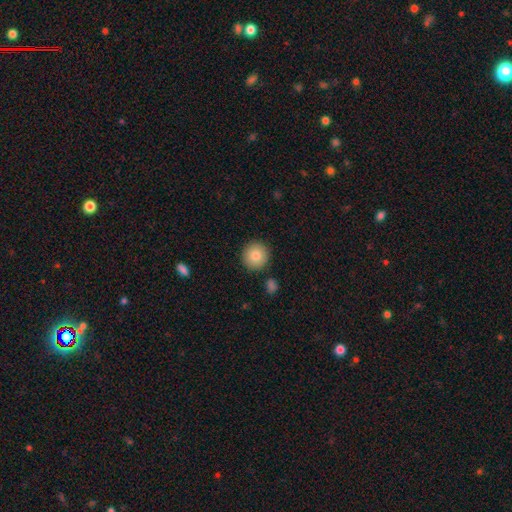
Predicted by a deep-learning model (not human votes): Overall: smooth (84%). How rounded: round (93%). Merging: none (89%).